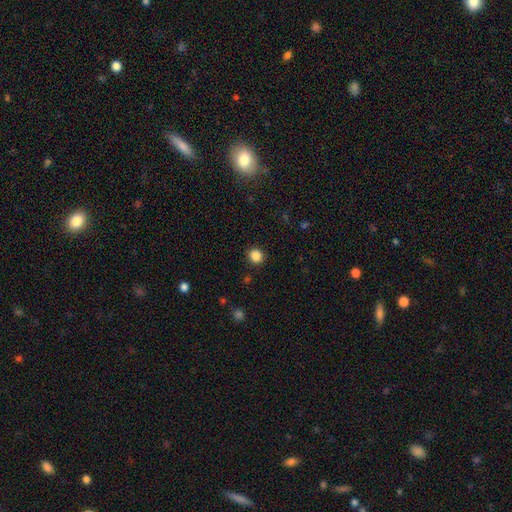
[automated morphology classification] Overall: smooth (85%). How rounded: round (89%). Merging: none (90%).